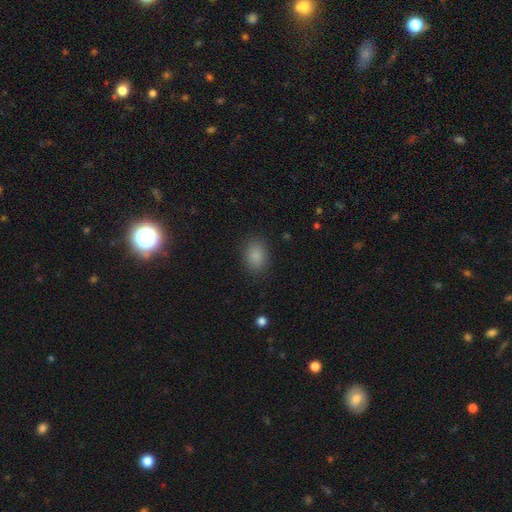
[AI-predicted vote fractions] This appears to be a smooth galaxy with no disk features (86%) that is in between round and cigar-shaped (72%). Merging: none (86%).